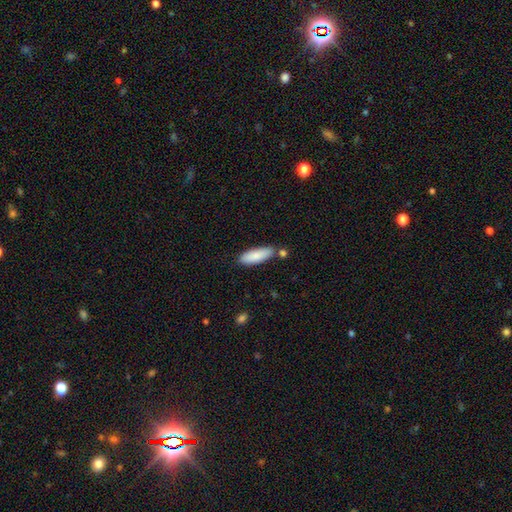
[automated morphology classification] The model was most divided on "how rounded": in between: 59%, cigar-shaped: 39%, round: 2%. More confident: smooth or featured — smooth (86%); merging — none (77%).